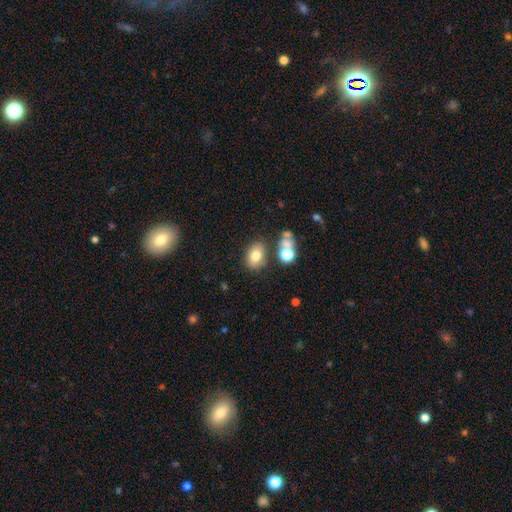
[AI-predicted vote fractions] smooth_or_featured: smooth (p=0.75) [alt: star or artifact p=0.12]
how_rounded: in between (p=0.72) [alt: round p=0.26]
merging: none (p=0.71) [alt: minor disturbance p=0.13]